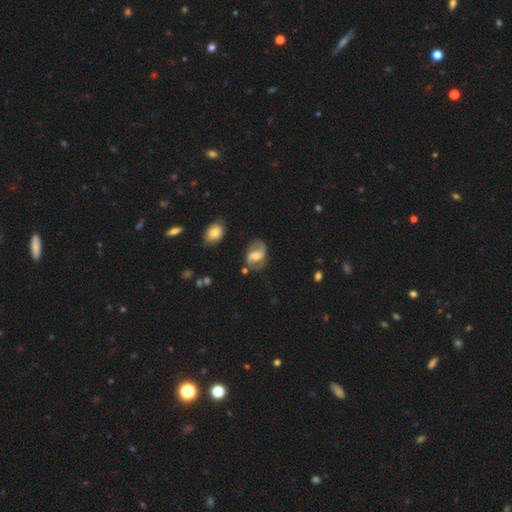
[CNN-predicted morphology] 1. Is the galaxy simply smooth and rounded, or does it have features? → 68% featured or disk, 25% smooth, 7% star or artifact.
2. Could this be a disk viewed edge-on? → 96% no, 4% yes.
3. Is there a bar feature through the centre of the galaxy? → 45% weak, 30% no, 25% strong.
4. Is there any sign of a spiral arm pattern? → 87% yes, 13% no.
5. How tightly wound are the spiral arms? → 47% medium, 32% loose, 21% tight.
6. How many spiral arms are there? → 81% 2, 8% 1, 8% can't tell, 1% 3, 1% 4, 1% more than 4.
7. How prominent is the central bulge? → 57% moderate, 30% small, 8% large, 4% none, 1% dominant.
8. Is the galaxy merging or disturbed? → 66% none, 21% minor disturbance, 10% major disturbance, 4% merger.